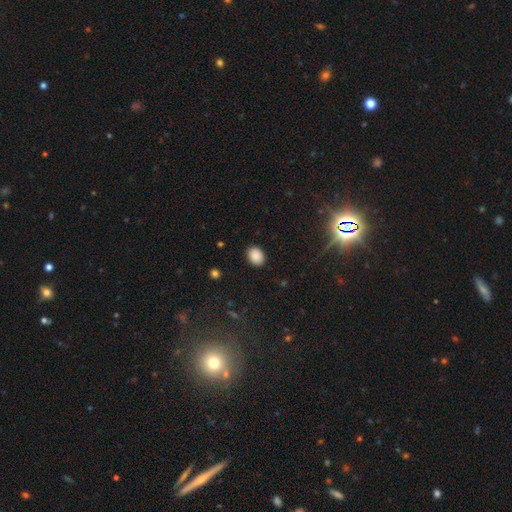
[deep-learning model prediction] Smooth or featured? Predicted: smooth (p=0.88). How rounded? Predicted: in between (p=0.63). Merging? Predicted: none (p=0.89).